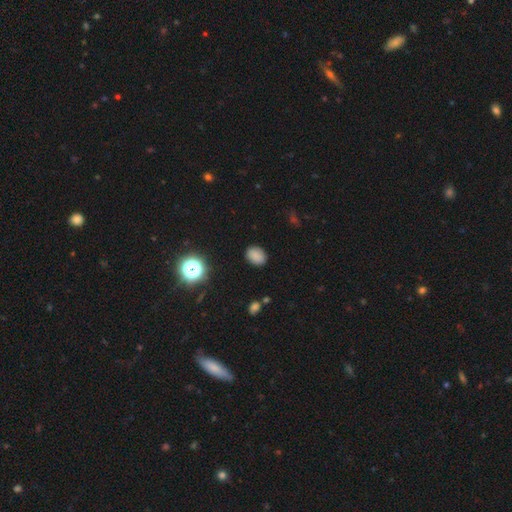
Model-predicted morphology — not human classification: Smooth or featured: smooth — 82% (star or artifact — 13%)
How rounded: in between — 67% (round — 32%)
Merging: none — 85% (minor disturbance — 11%)